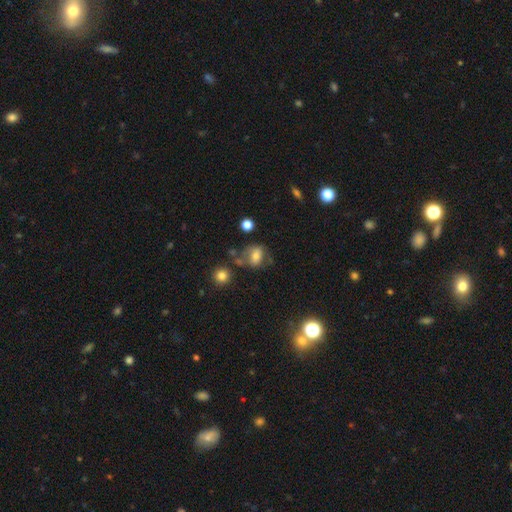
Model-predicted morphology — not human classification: Smooth or featured? Predicted: smooth (p=0.63). How rounded? Predicted: in between (p=0.57). Merging? Predicted: none (p=0.50).